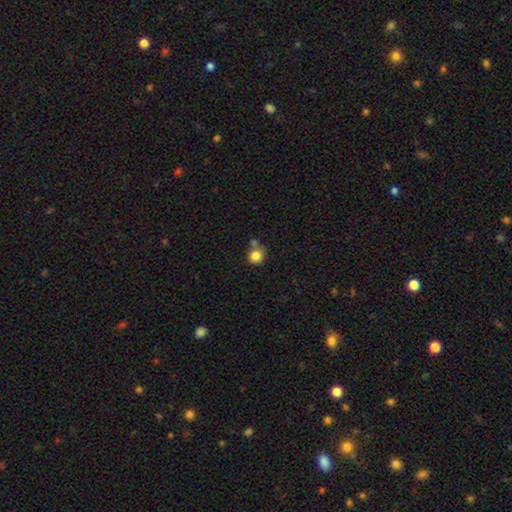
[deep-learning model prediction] This is clearly a smooth galaxy (82%). How rounded: clearly round (82%). Merging: possibly none (56%).